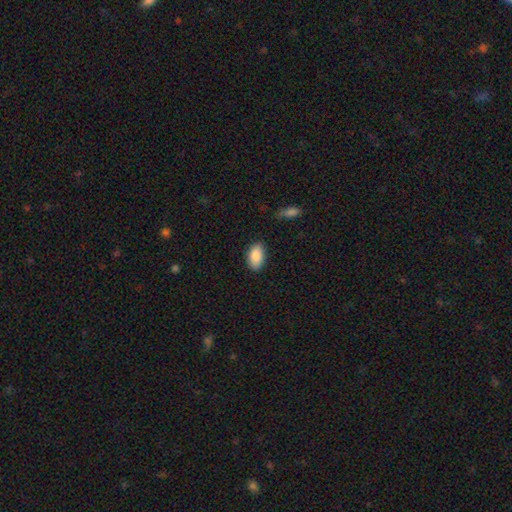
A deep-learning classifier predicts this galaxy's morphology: Smooth or featured: smooth — 88% (star or artifact — 7%)
How rounded: in between — 93% (round — 5%)
Merging: none — 84% (minor disturbance — 12%)